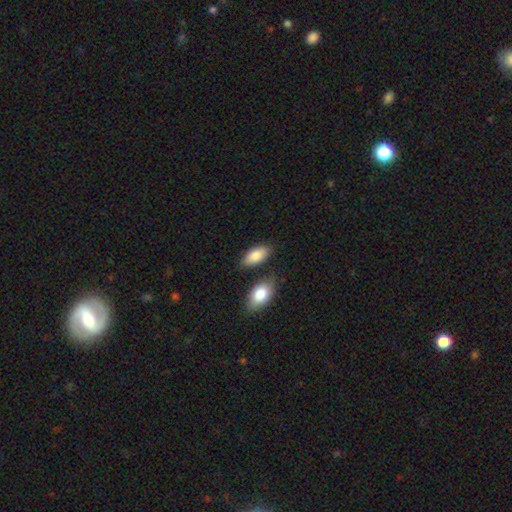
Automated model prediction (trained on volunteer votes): A smooth galaxy with no disk features (83%) that is in between round and cigar-shaped (90%). Merging: none (73%).